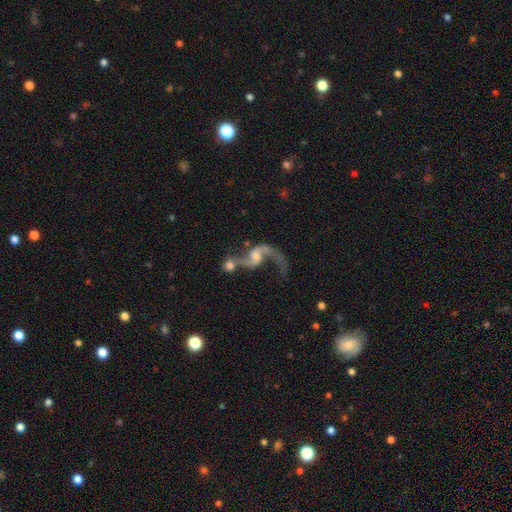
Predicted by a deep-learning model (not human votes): featured or disk 81%, smooth 10%, star or artifact 9%. Down the decision tree: edge-on disk — no (96%); bar — no (49%); spiral arms — yes (90%); spiral arm count — 2 (73%); spiral winding — loose (86%); bulge size — small (40%); merging — merger (41%).